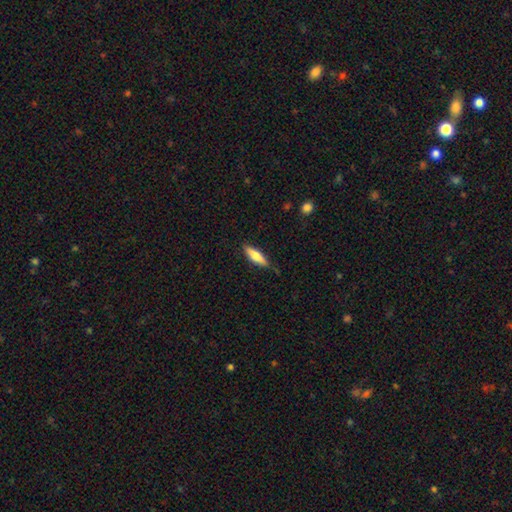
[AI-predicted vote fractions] A smooth galaxy with no disk features (70%) that is cigar-shaped (63%).

Vote fractions:
- Smooth or featured? smooth: 70% / featured or disk: 24% / star or artifact: 6%
- How rounded? cigar-shaped: 63% / in between: 35% / round: 2%
- Merging? none: 82% / minor disturbance: 14% / major disturbance: 3% / merger: 1%